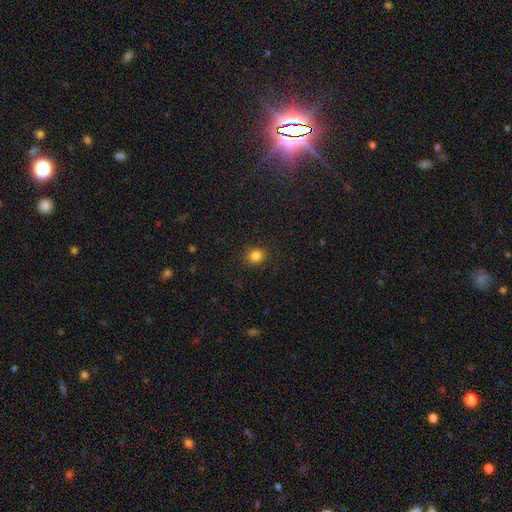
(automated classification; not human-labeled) Overall: smooth (84%). How rounded: round (70%). Merging: none (87%).